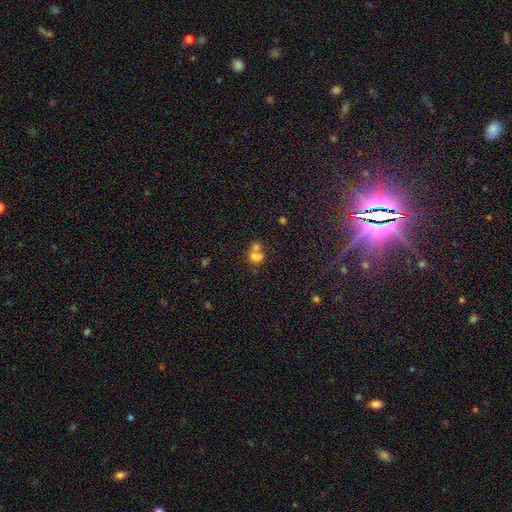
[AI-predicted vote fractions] This is likely a smooth galaxy (62%). How rounded: likely round (64%). Merging: likely merger (63%).